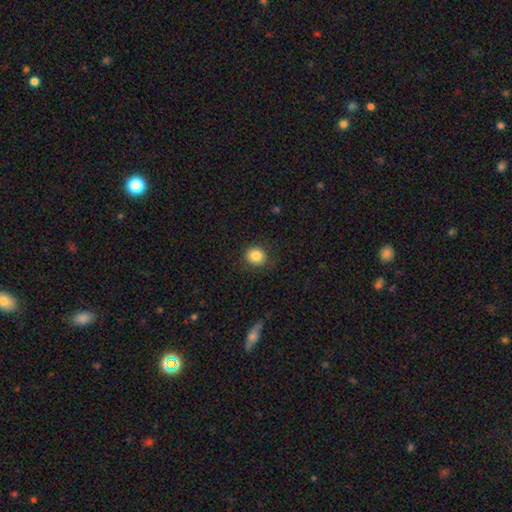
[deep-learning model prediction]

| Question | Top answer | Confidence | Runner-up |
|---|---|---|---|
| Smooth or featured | smooth | 84% | star or artifact (10%) |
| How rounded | round | 85% | in between (15%) |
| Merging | none | 87% | minor disturbance (9%) |